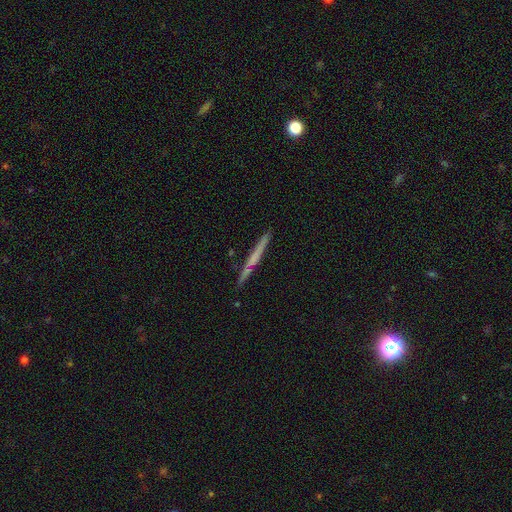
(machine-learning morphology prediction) The model was most divided on "smooth or featured": featured or disk: 54%, smooth: 40%, star or artifact: 6%. More confident: edge-on disk — yes (97%); merging — none (88%); edge-on bulge — none (79%).